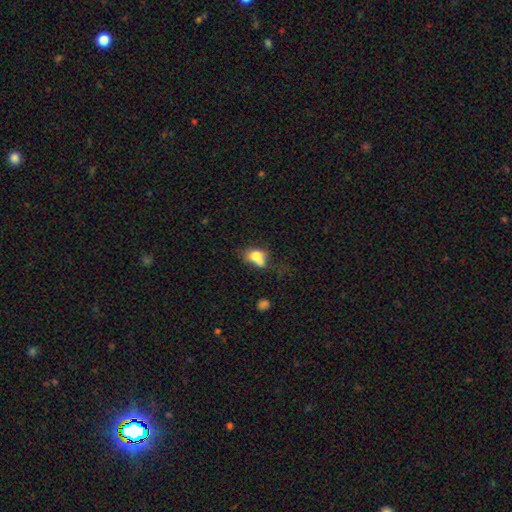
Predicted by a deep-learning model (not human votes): This is likely a smooth galaxy (71%). How rounded: likely in between (66%). Merging: possibly merger (51%).